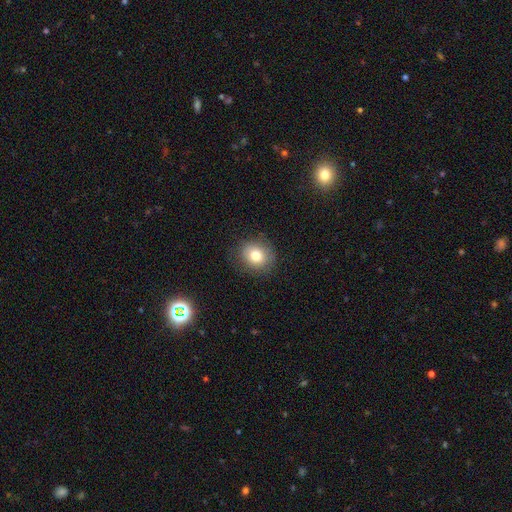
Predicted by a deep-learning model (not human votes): Smooth or featured? Predicted: smooth (p=0.79). How rounded? Predicted: round (p=0.73). Merging? Predicted: none (p=0.83).